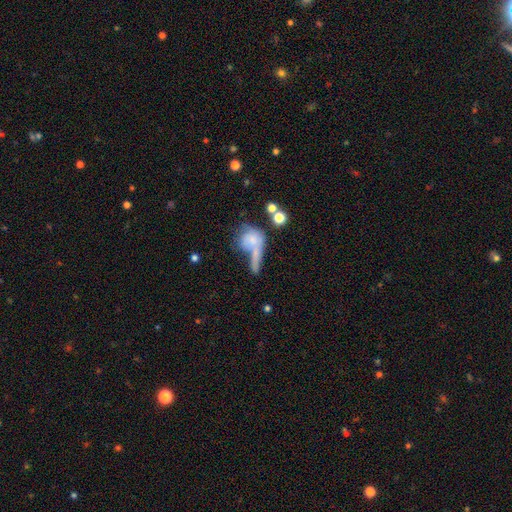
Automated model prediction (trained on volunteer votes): Overall: smooth (64%; featured or disk 25%). How rounded: round (45%; in between 36%). Merging: merger (45%; none 26%).